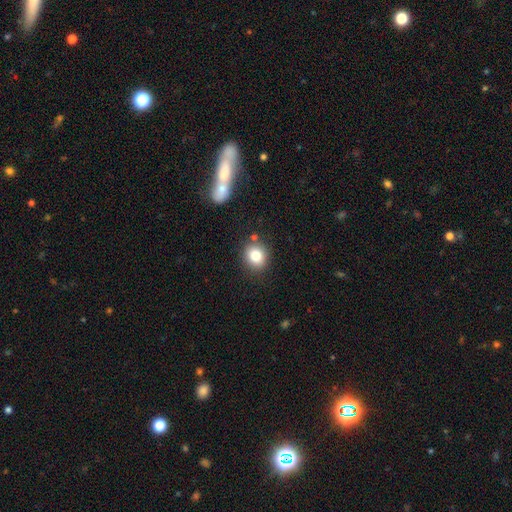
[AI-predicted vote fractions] Smooth or featured? smooth (80%)
How rounded? round (78%)
Merging? none (83%)